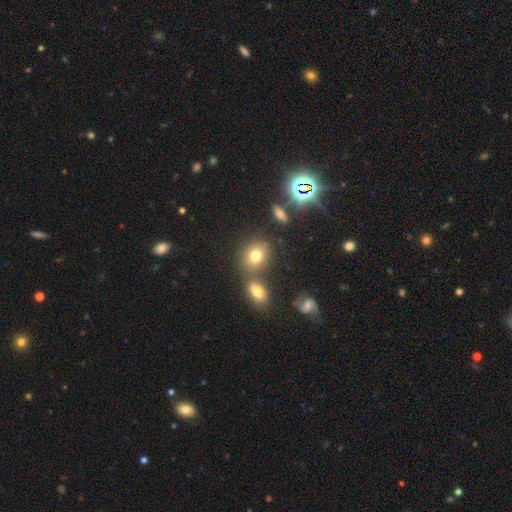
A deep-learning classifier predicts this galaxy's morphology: Smooth or featured? Predicted: smooth (p=0.73). How rounded? Predicted: round (p=0.65). Merging? Predicted: none (p=0.65).